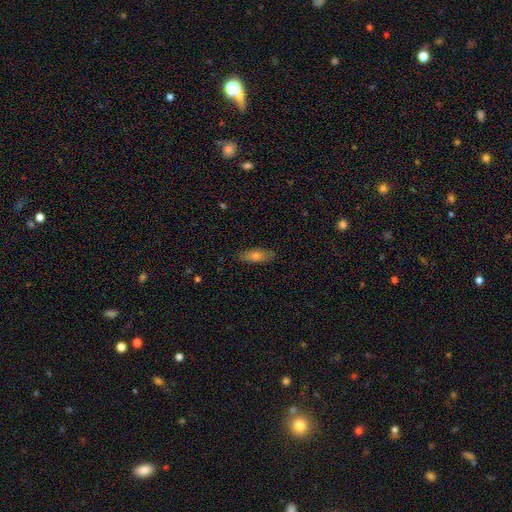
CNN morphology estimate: Smooth or featured?
  - smooth: 62% *
  - featured or disk: 28%
  - star or artifact: 10%
How rounded?
  - in between: 60% *
  - cigar-shaped: 37%
  - round: 3%
Merging?
  - none: 84% *
  - minor disturbance: 13%
  - major disturbance: 2%
  - merger: 1%